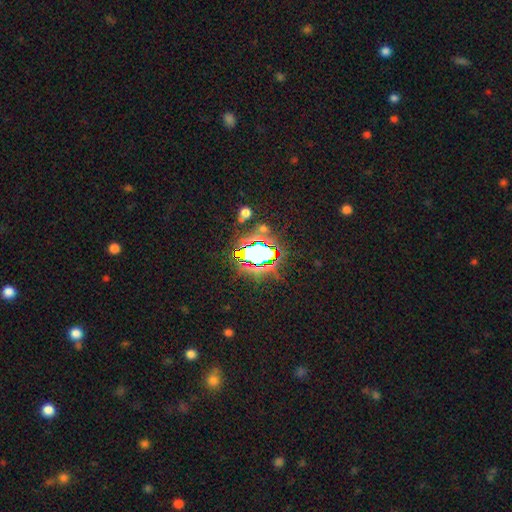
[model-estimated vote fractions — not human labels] Overall: star or artifact (72%).